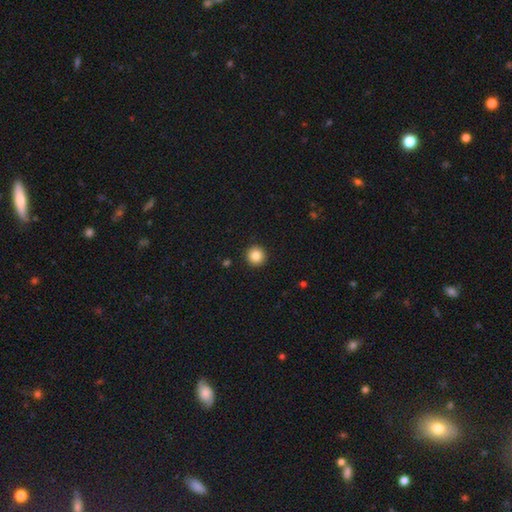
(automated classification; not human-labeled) Smooth or featured: smooth — 84% (star or artifact — 10%)
How rounded: round — 96% (in between — 3%)
Merging: none — 93% (minor disturbance — 4%)